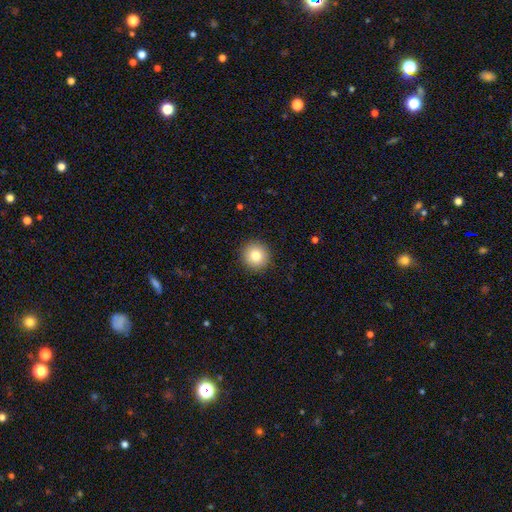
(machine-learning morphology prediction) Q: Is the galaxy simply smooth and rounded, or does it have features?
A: smooth — 80%.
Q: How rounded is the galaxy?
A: round — 95%.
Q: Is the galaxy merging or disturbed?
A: none — 92%.